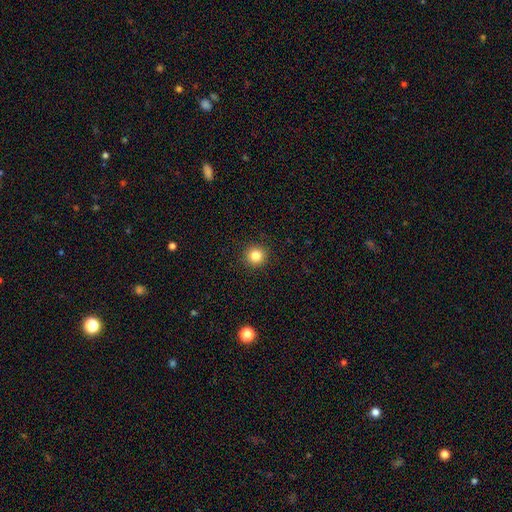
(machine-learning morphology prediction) type=smooth (83%); roundness=round (94%); merging=none (92%).